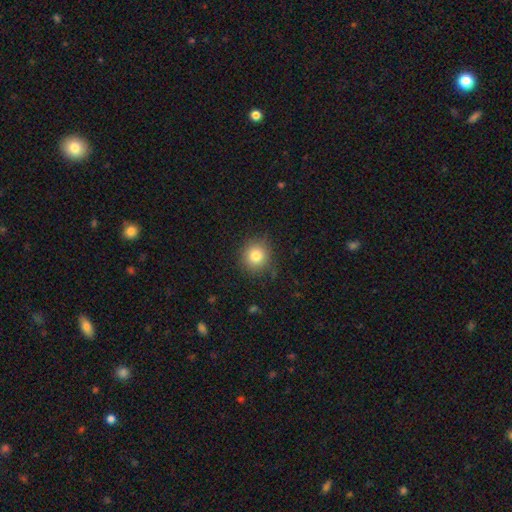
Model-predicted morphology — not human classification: Q: Smooth or featured?
A: smooth (81%); runner-up: star or artifact (12%)
Q: How rounded?
A: round (91%); runner-up: in between (8%)
Q: Merging?
A: none (86%); runner-up: minor disturbance (10%)